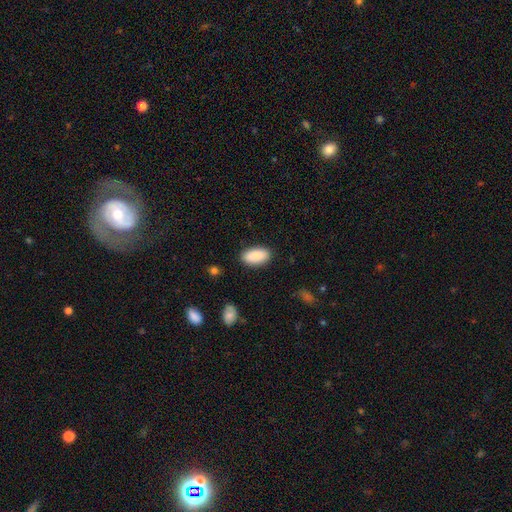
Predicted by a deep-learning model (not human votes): Smooth or featured?
  - smooth: 87% *
  - featured or disk: 7%
  - star or artifact: 6%
How rounded?
  - in between: 93% *
  - cigar-shaped: 4%
  - round: 3%
Merging?
  - none: 87% *
  - minor disturbance: 10%
  - major disturbance: 2%
  - merger: 1%